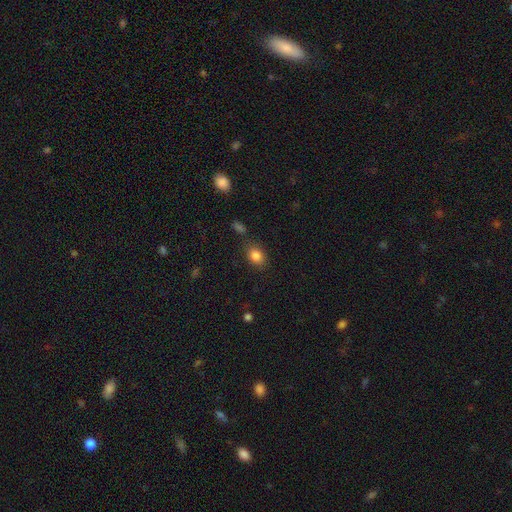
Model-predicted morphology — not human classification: smooth_or_featured: smooth (p=0.84) [alt: star or artifact p=0.10]
how_rounded: in between (p=0.70) [alt: round p=0.28]
merging: none (p=0.78) [alt: minor disturbance p=0.13]